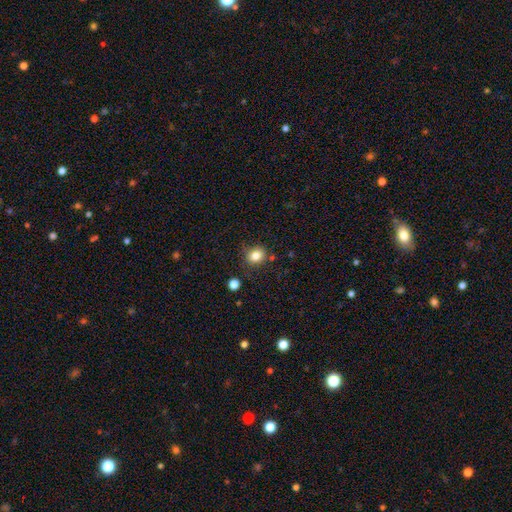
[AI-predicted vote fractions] Overall: smooth (81%). How rounded: round (70%). Merging: none (80%).